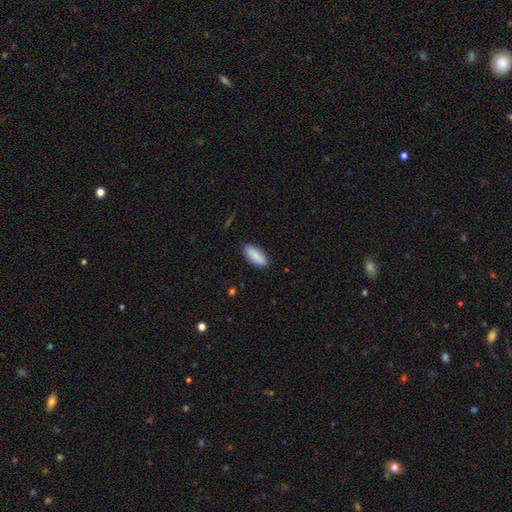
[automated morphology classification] Q: Smooth or featured?
A: smooth (87%); runner-up: featured or disk (7%)
Q: How rounded?
A: in between (76%); runner-up: cigar-shaped (22%)
Q: Merging?
A: none (88%); runner-up: minor disturbance (9%)